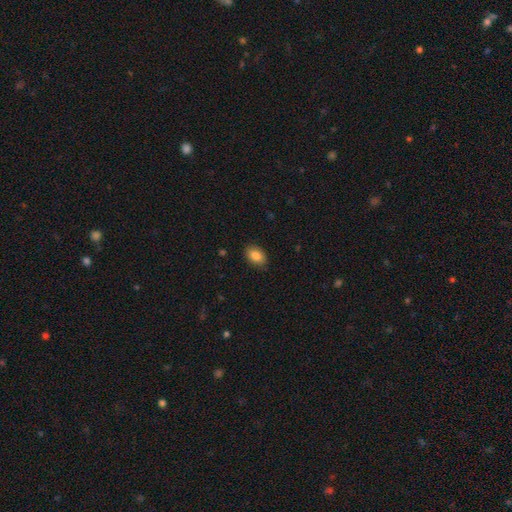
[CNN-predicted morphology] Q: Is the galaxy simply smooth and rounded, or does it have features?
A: smooth — 85%.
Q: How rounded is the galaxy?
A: in between — 84%.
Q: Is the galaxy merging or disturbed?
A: none — 88%.